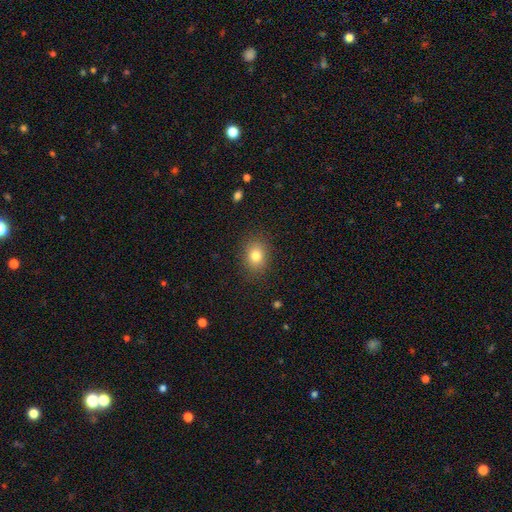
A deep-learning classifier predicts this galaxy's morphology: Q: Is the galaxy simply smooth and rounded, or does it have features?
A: smooth — 80%.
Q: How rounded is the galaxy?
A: round — 52%.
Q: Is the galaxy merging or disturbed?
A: none — 87%.